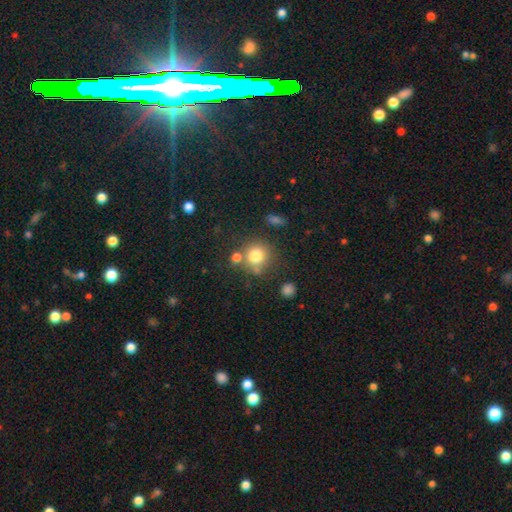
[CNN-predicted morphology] This appears to be a smooth galaxy with no disk features (78%) that is round (89%). Merging: none (65%).